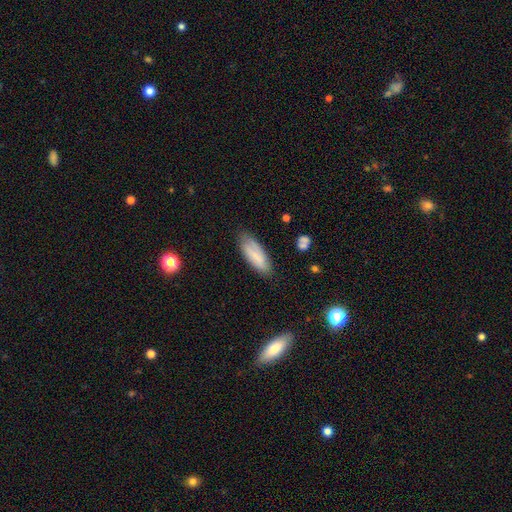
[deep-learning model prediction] Q: Smooth or featured?
A: smooth (72%); runner-up: featured or disk (21%)
Q: How rounded?
A: in between (70%); runner-up: cigar-shaped (28%)
Q: Merging?
A: none (77%); runner-up: minor disturbance (18%)